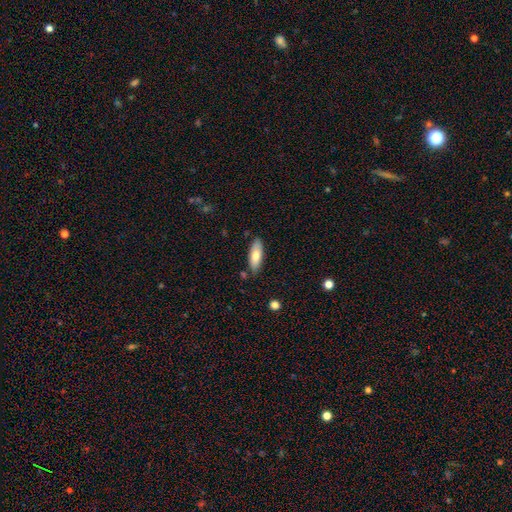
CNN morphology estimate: Smooth or featured? smooth (76%)
How rounded? in between (65%)
Merging? none (82%)